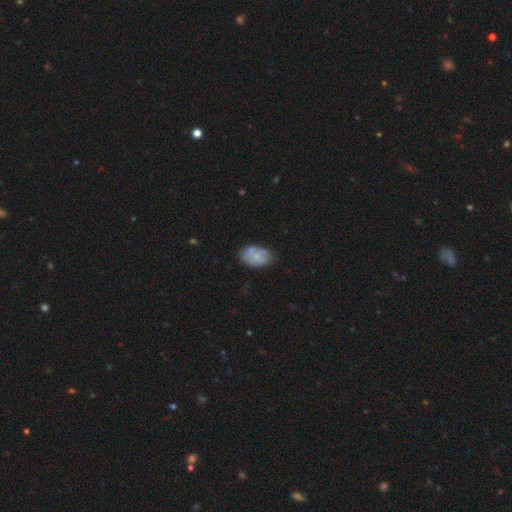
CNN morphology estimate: The model was most divided on "smooth or featured": smooth: 61%, featured or disk: 32%, star or artifact: 7%. More confident: how rounded — in between (89%); merging — none (59%).